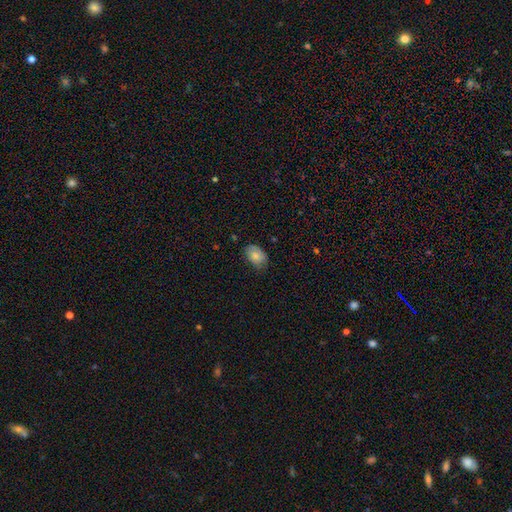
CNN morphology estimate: Smooth or featured: smooth — 79% (featured or disk — 13%)
How rounded: in between — 83% (round — 16%)
Merging: none — 71% (minor disturbance — 24%)